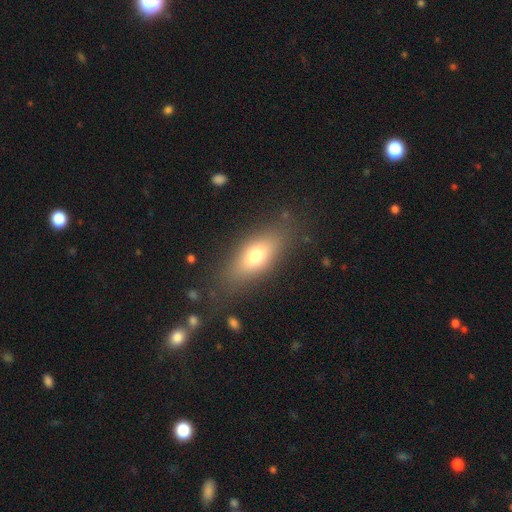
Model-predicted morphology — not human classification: type=smooth (68%); roundness=in between (73%); merging=none (79%).